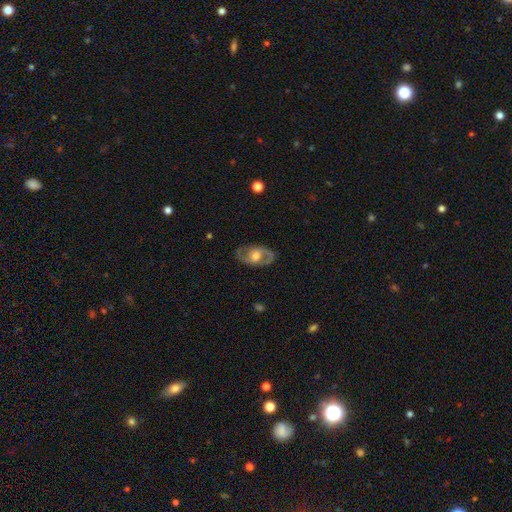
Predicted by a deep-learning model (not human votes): Smooth or featured? featured or disk (76%)
Edge-on disk? no (94%)
Bar? no (60%)
Spiral arms? yes (82%)
Spiral winding? medium (53%)
Spiral arm count? 2 (87%)
Bulge size? moderate (59%)
Merging? none (81%)